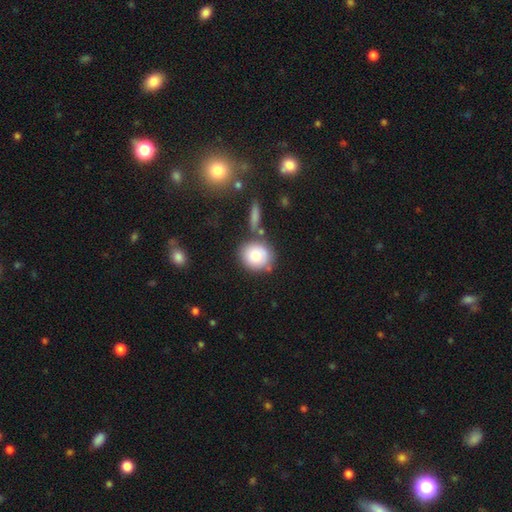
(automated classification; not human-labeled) Morphology: type=smooth (77%); roundness=round (78%); merging=none (70%).